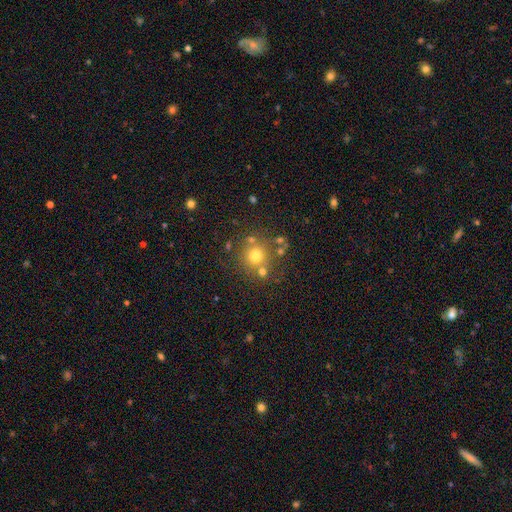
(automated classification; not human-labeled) Morphology: type=smooth (69%); roundness=round (90%); merging=none (72%).